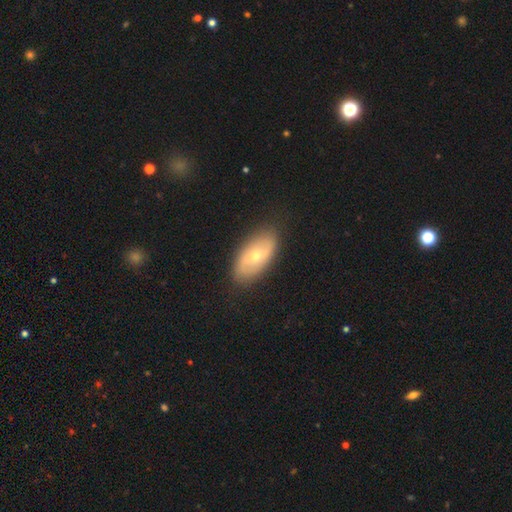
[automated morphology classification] Smooth or featured? Predicted: featured or disk (p=0.47, tied with smooth). Merging? Predicted: none (p=0.86).